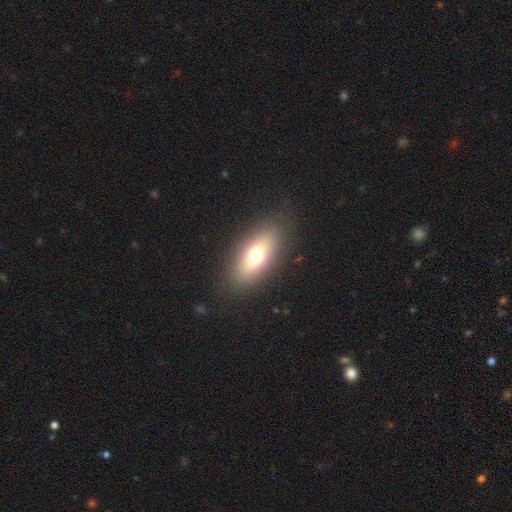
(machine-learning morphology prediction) A smooth galaxy with no disk features (68%) that is in between round and cigar-shaped (81%).

Vote fractions:
- Smooth or featured? smooth: 68% / featured or disk: 22% / star or artifact: 10%
- How rounded? in between: 81% / cigar-shaped: 14% / round: 6%
- Merging? none: 85% / minor disturbance: 10% / major disturbance: 4% / merger: 1%